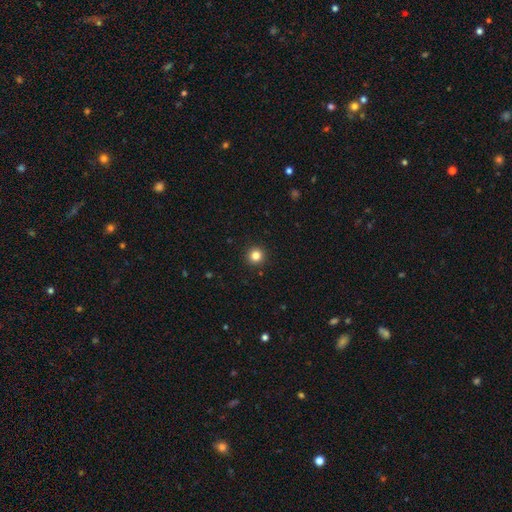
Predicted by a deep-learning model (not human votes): This appears to be a smooth galaxy with no disk features (83%) that is round (95%). Merging: none (93%).